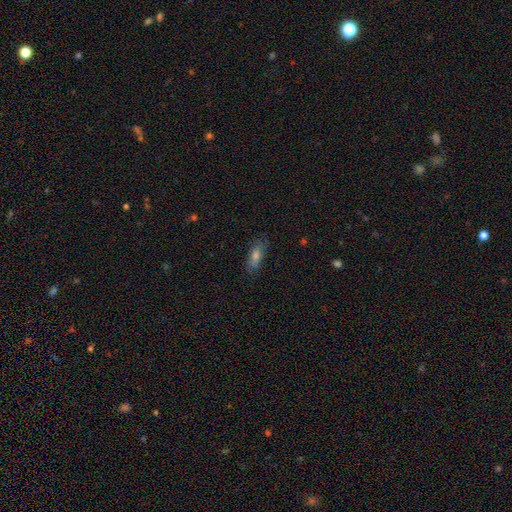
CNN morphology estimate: Smooth or featured? smooth (62%)
How rounded? in between (65%)
Merging? none (80%)